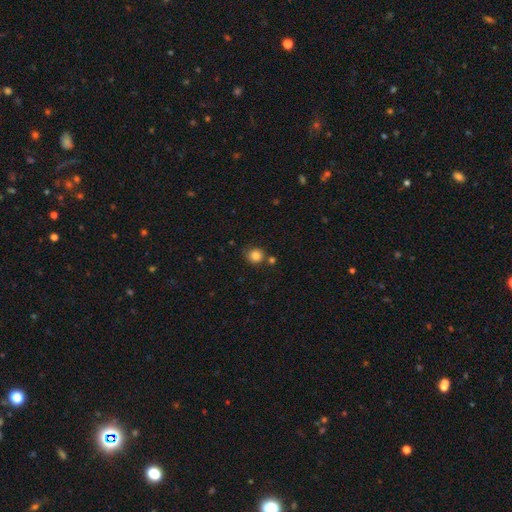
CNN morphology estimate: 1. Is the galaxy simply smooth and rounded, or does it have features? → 84% smooth, 11% star or artifact, 6% featured or disk.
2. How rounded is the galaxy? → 86% round, 13% in between, 1% cigar-shaped.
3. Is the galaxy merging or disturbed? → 71% none, 14% minor disturbance, 11% merger, 4% major disturbance.